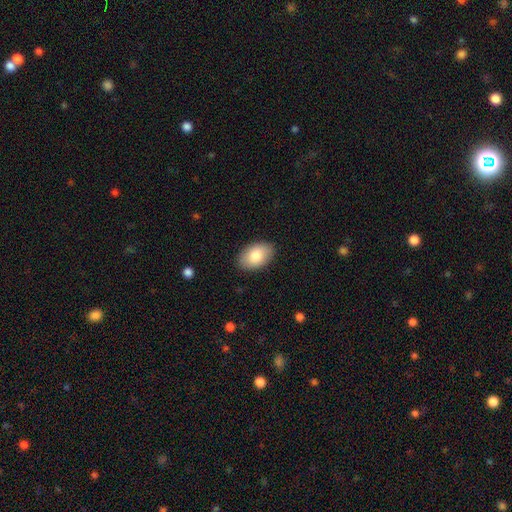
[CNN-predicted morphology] smooth_or_featured: smooth (p=0.81) [alt: featured or disk p=0.12]
how_rounded: in between (p=0.92) [alt: round p=0.07]
merging: none (p=0.88) [alt: minor disturbance p=0.09]